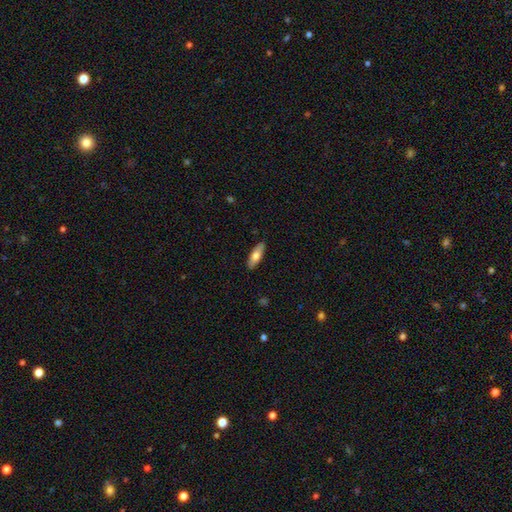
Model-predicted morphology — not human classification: This is likely a smooth galaxy (70%). How rounded: likely in between (61%). Merging: clearly none (88%).